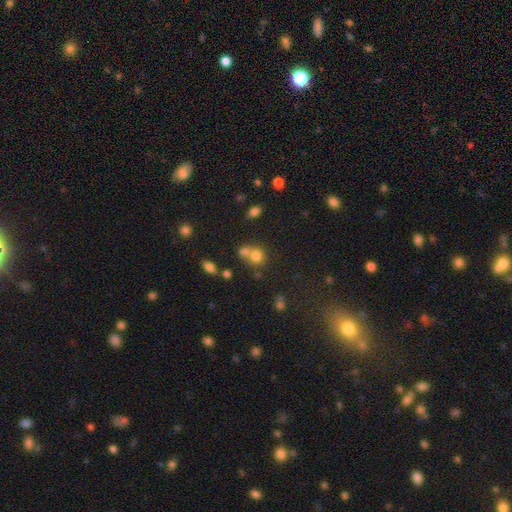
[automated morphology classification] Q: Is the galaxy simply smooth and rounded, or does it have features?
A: smooth — 73%.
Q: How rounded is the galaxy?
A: round — 79%.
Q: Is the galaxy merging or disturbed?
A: merger — 47%.